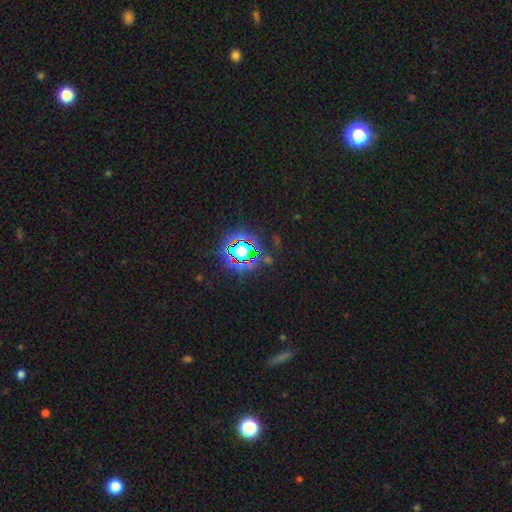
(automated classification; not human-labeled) Smooth or featured: star or artifact — 79% (smooth — 12%)